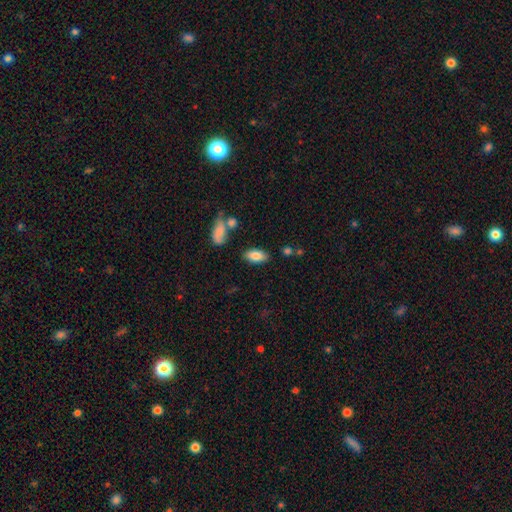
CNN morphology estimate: type=smooth (83%); roundness=in between (90%); merging=none (80%).